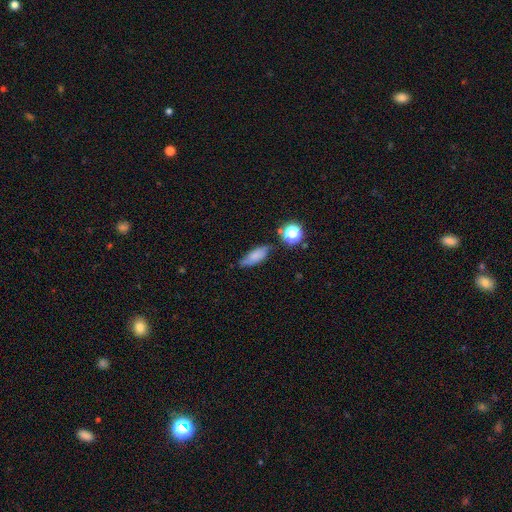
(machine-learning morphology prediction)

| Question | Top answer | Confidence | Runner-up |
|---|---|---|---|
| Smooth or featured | smooth | 67% | featured or disk (20%) |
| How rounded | in between | 68% | cigar-shaped (25%) |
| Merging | none | 62% | minor disturbance (26%) |